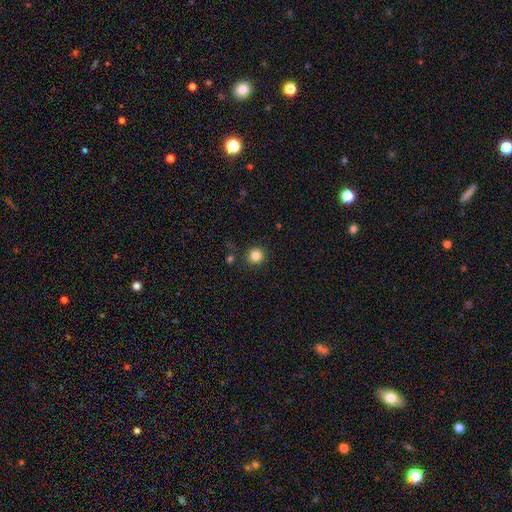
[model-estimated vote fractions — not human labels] smooth-or-featured: smooth: 83% | star or artifact: 11% | featured or disk: 5%
  how-rounded: round: 94% | in between: 5% | cigar-shaped: 1%
  merging: none: 90% | minor disturbance: 6% | merger: 2% | major disturbance: 2%